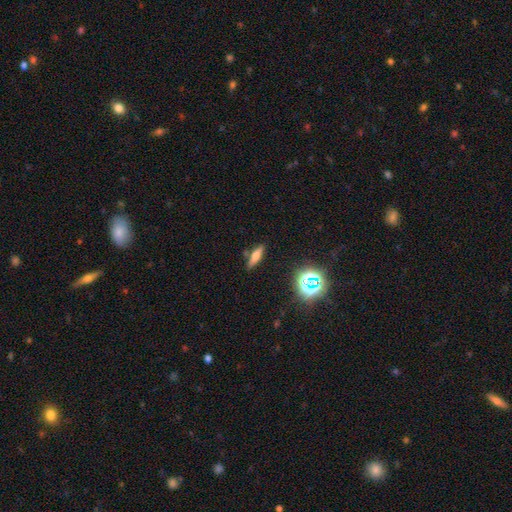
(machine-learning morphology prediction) smooth 47%, featured or disk 39%, star or artifact 15%. Down the decision tree: merging — none (82%).